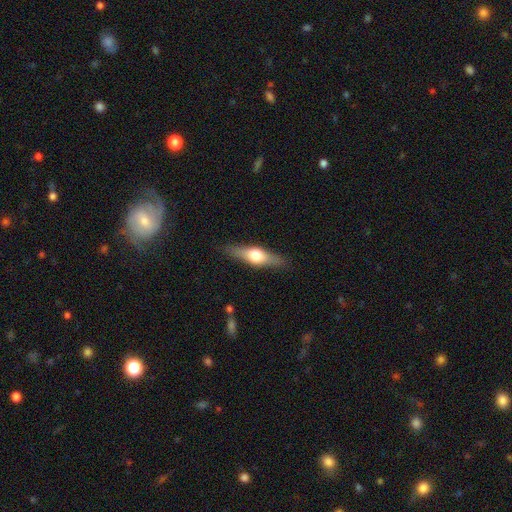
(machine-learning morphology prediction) smooth-or-featured: featured or disk: 55% | smooth: 39% | star or artifact: 6%
  disk-edge-on: yes: 93% | no: 7%
    edge-on-bulge: rounded: 94% | boxy: 4% | none: 2%
  merging: none: 87% | minor disturbance: 10% | major disturbance: 2% | merger: 1%